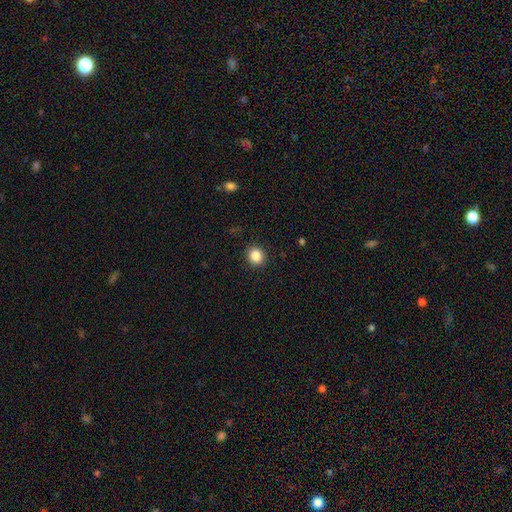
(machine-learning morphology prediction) type=smooth (86%); roundness=round (83%); merging=none (91%).